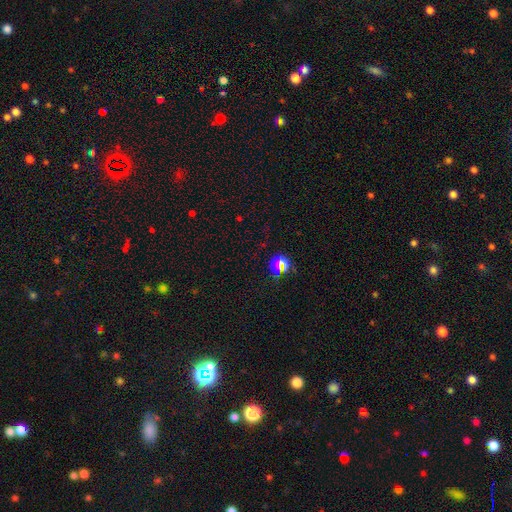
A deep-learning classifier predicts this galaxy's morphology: type=star or artifact (66%).